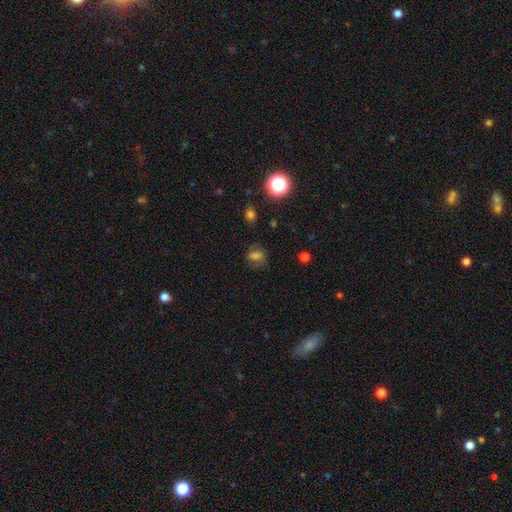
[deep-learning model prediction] smooth-or-featured: smooth: 55% | featured or disk: 29% | star or artifact: 16%
  how-rounded: in between: 62% | round: 35% | cigar-shaped: 3%
  merging: none: 65% | minor disturbance: 21% | major disturbance: 13% | merger: 2%